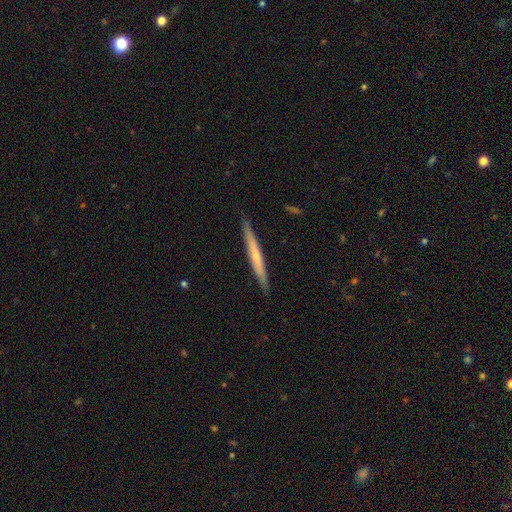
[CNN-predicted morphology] Smooth or featured?
  - featured or disk: 51% *
  - smooth: 43%
  - star or artifact: 6%
Edge-on disk?
  - yes: 96% *
  - no: 4%
Merging?
  - none: 90% *
  - minor disturbance: 7%
  - major disturbance: 1%
  - merger: 1%